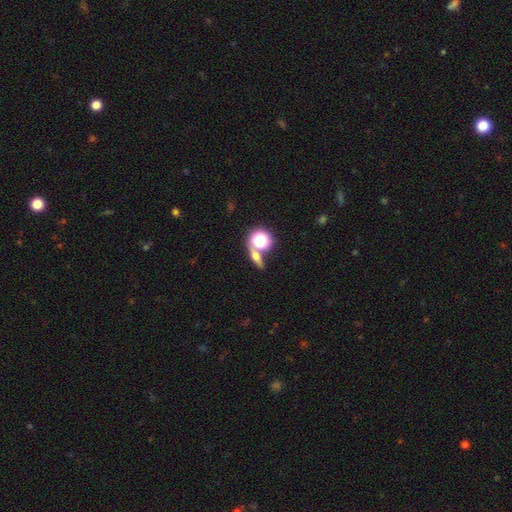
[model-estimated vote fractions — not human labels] smooth-or-featured: smooth: 46% | featured or disk: 28% | star or artifact: 26%
  merging: none: 67% | merger: 18% | minor disturbance: 9% | major disturbance: 5%